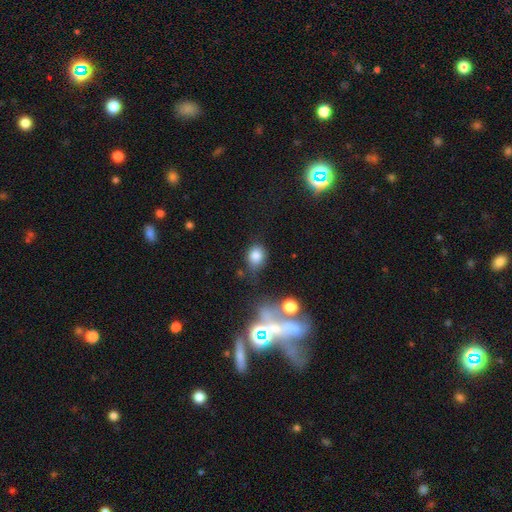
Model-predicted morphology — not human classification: A smooth galaxy with no disk features (79%) that is round (53%). Merging: none (66%).